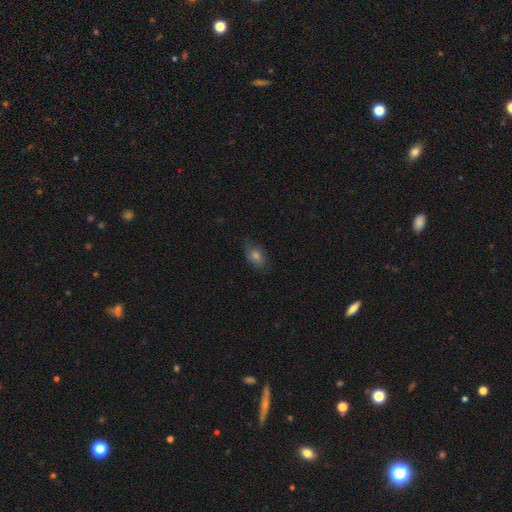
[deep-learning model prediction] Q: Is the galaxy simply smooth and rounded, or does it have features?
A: smooth — 63%.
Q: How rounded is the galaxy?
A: in between — 80%.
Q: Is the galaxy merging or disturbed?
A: none — 75%.